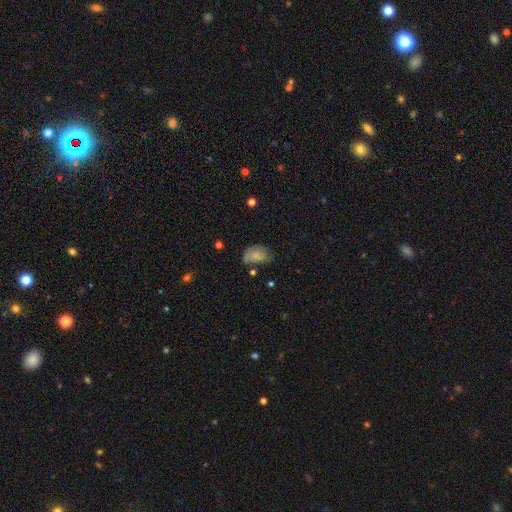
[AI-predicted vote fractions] Smooth or featured? smooth (74%)
How rounded? in between (87%)
Merging? none (47%)